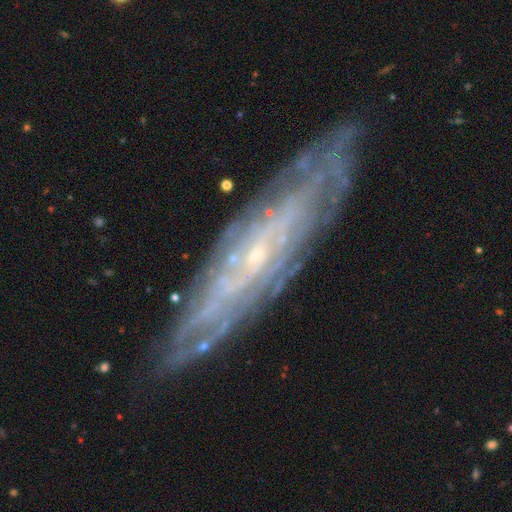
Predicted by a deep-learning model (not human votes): Smooth or featured?
  - featured or disk: 81% *
  - smooth: 11%
  - star or artifact: 8%
Edge-on disk?
  - no: 66% *
  - yes: 34%
Bar?
  - no: 65% *
  - weak: 25%
  - strong: 10%
Spiral arms?
  - yes: 90% *
  - no: 10%
Bulge size?
  - small: 85% *
  - moderate: 10%
  - none: 3%
  - large: 1%
  - dominant: 1%
Merging?
  - none: 83% *
  - minor disturbance: 12%
  - major disturbance: 3%
  - merger: 1%